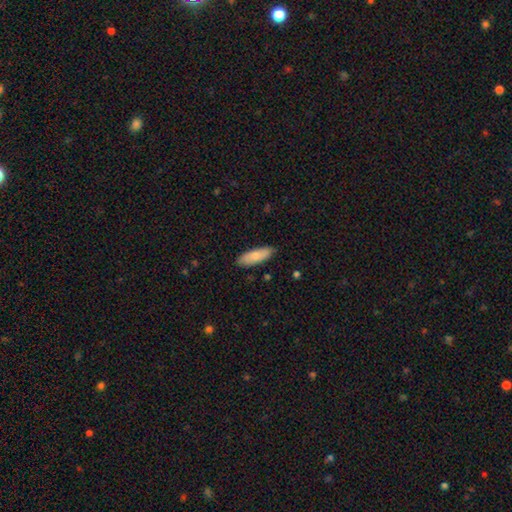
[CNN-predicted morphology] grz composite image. It shows a smooth galaxy with no disk features (80%) that is in between round and cigar-shaped (61%). Merging: none (86%).